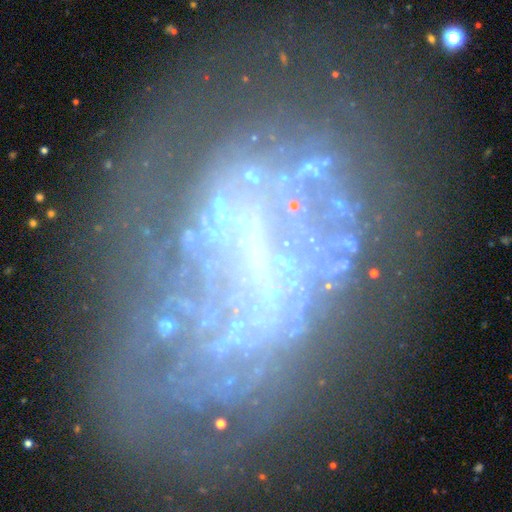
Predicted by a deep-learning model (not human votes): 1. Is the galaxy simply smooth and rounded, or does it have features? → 73% featured or disk, 15% star or artifact, 13% smooth.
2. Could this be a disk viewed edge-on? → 97% no, 3% yes.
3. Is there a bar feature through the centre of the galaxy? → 56% no, 26% weak, 18% strong.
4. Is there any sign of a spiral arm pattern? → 53% no, 47% yes.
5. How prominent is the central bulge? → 66% none, 18% small, 10% moderate, 4% large, 2% dominant.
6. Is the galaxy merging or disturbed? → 48% none, 27% major disturbance, 19% minor disturbance, 5% merger.